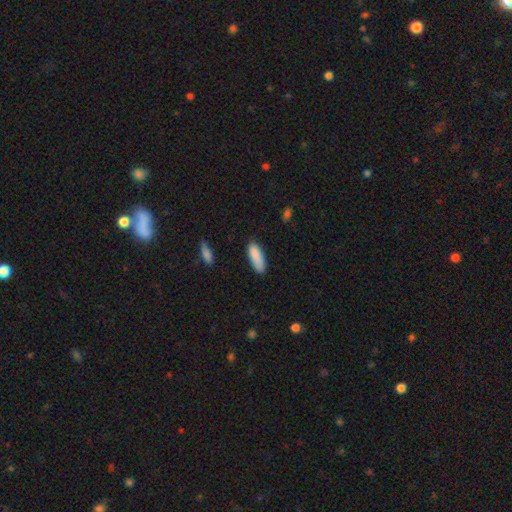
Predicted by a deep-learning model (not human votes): This appears to be a smooth galaxy with no disk features (89%) that is in between round and cigar-shaped (64%). Merging: none (81%).